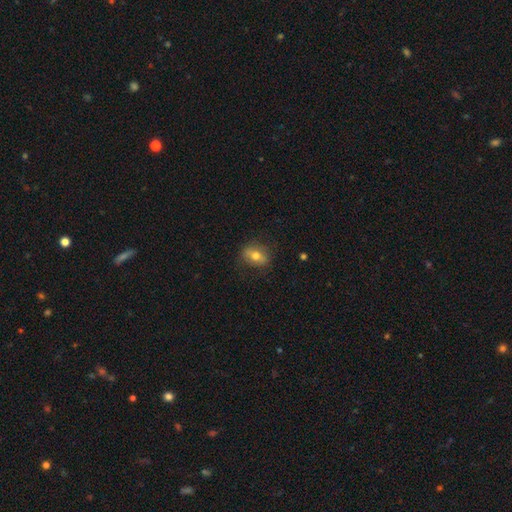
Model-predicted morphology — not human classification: The model was most divided on "how rounded": in between: 67%, round: 30%, cigar-shaped: 3%. More confident: merging — none (78%); smooth or featured — smooth (64%).